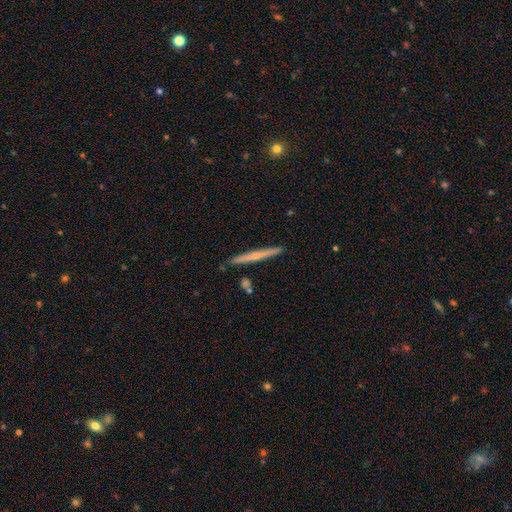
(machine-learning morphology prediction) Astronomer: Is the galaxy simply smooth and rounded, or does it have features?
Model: featured or disk — 56% (runner-up: smooth, 38%).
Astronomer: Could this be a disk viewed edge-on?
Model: yes — 97%.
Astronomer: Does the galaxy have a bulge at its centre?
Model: none — 49% (runner-up: rounded, 47%).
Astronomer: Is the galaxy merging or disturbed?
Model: none — 89%.